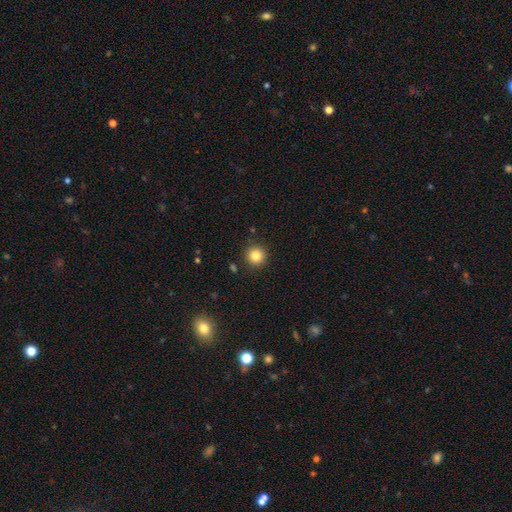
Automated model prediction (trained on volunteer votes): A smooth galaxy with no disk features (84%) that is round (95%). Merging: none (91%).